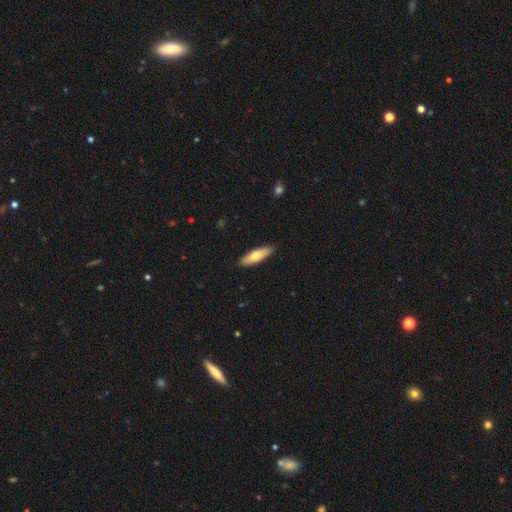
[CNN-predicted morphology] Smooth or featured? smooth (69%)
How rounded? cigar-shaped (58%)
Merging? none (89%)